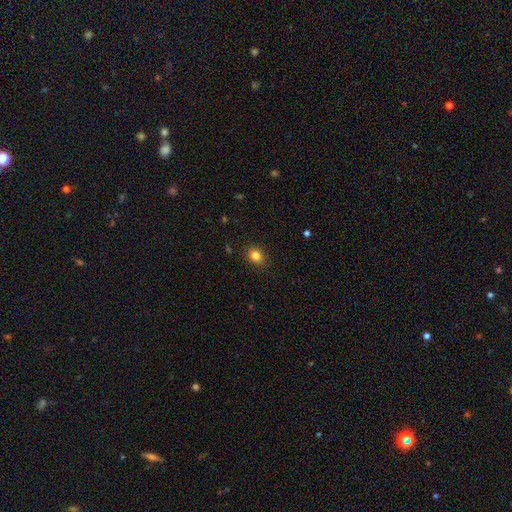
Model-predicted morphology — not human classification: smooth_or_featured: smooth (p=0.83) [alt: star or artifact p=0.12]
how_rounded: round (p=0.66) [alt: in between p=0.33]
merging: none (p=0.89) [alt: minor disturbance p=0.08]